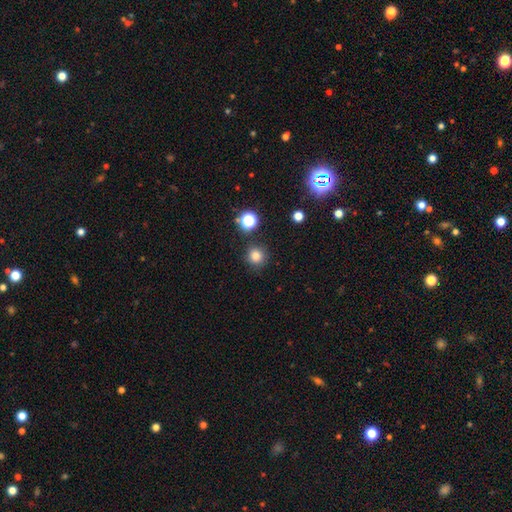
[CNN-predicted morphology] Smooth or featured?
  - smooth: 80% *
  - star or artifact: 15%
  - featured or disk: 5%
How rounded?
  - round: 94% *
  - in between: 6%
  - cigar-shaped: 1%
Merging?
  - none: 86% *
  - minor disturbance: 8%
  - merger: 3%
  - major disturbance: 3%